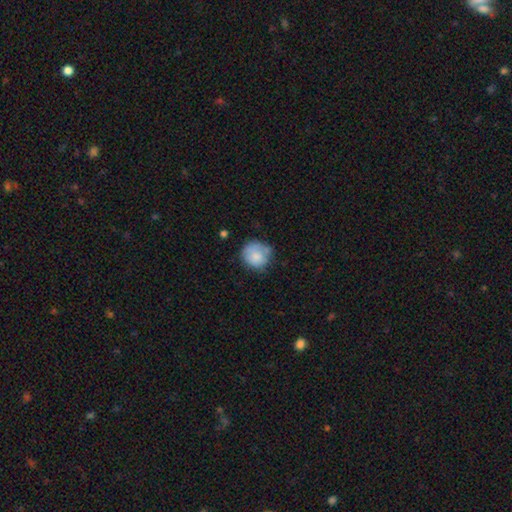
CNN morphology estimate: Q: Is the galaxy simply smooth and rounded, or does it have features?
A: smooth — 75%.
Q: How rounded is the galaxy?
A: round — 83%.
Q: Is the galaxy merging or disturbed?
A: none — 58%.